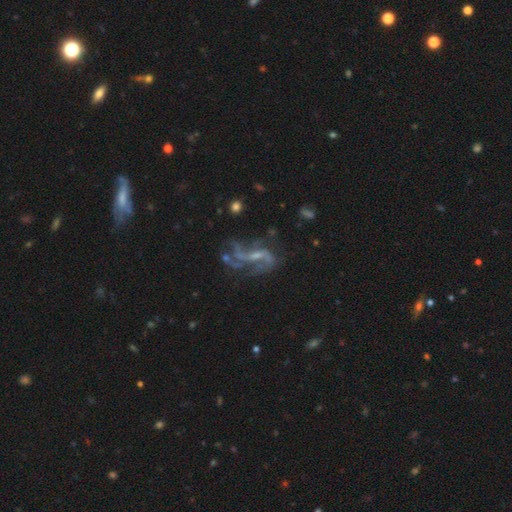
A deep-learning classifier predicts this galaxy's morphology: smooth-or-featured: featured or disk: 78% | star or artifact: 13% | smooth: 8%
  disk-edge-on: no: 94% | yes: 6%
    bar: weak: 44% | no: 34% | strong: 22%
    has-spiral-arms: yes: 86% | no: 14%
      spiral-winding: loose: 67% | medium: 25% | tight: 8%
      spiral-arm-count: 2: 47% | can't tell: 18% | 3: 16% | 1: 7% | 4: 7% | more than 4: 5%
    bulge-size: small: 55% | none: 22% | moderate: 20% | large: 2% | dominant: 1%
  merging: none: 47% | major disturbance: 27% | minor disturbance: 18% | merger: 8%